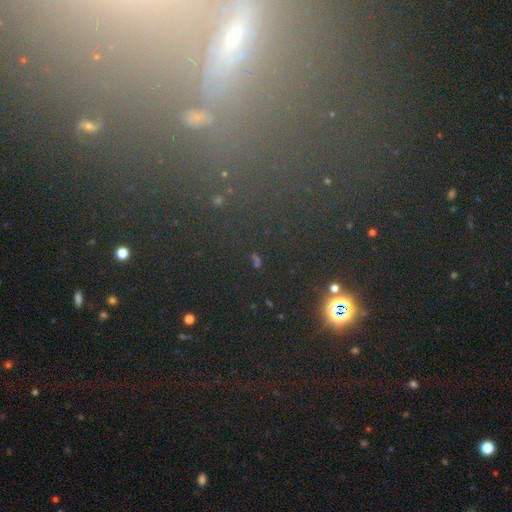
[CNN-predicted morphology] star or artifact 60%, smooth 22%, featured or disk 19%.